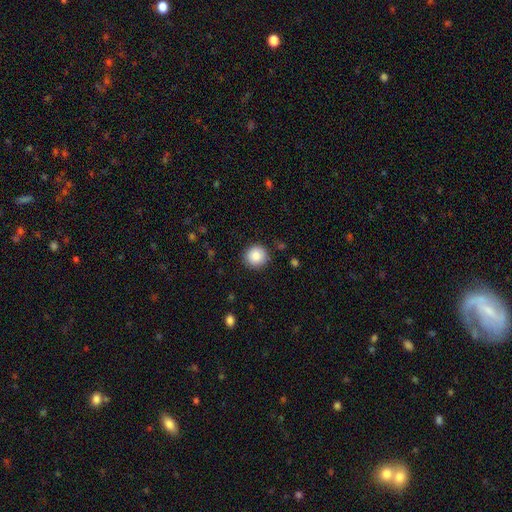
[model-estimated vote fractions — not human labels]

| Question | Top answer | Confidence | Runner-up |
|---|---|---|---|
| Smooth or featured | smooth | 86% | star or artifact (8%) |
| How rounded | round | 92% | in between (7%) |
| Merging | none | 89% | minor disturbance (7%) |